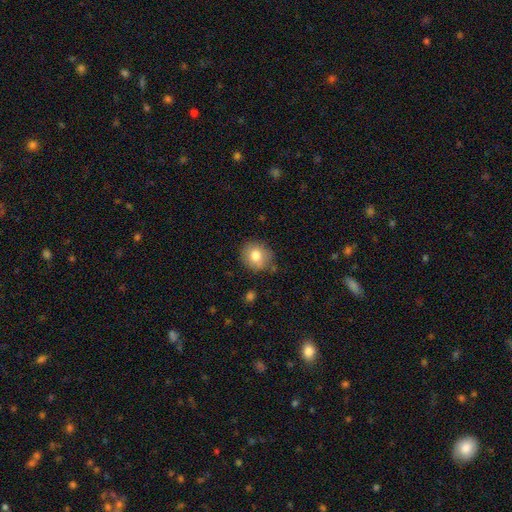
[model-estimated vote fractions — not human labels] Morphology: type=smooth (79%); roundness=round (79%); merging=none (80%).